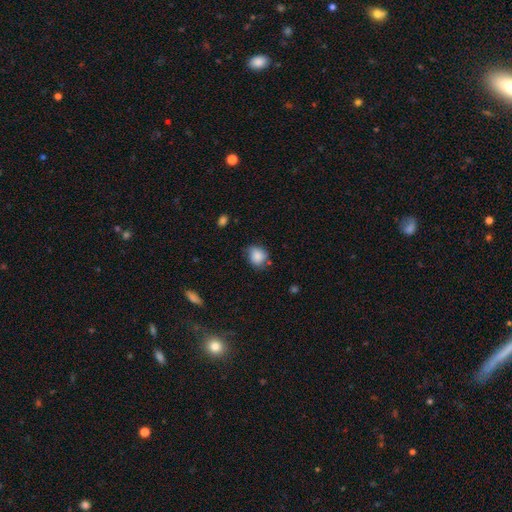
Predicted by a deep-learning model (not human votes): smooth 83%, star or artifact 9%, featured or disk 8%. Down the decision tree: how rounded — round (63%); merging — none (58%).